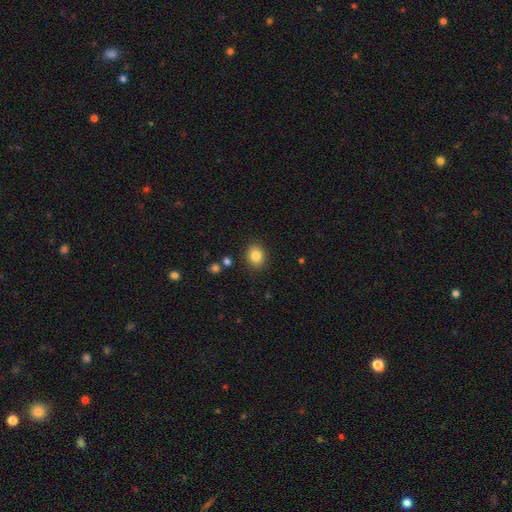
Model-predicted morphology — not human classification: Smooth or featured: smooth — 84% (star or artifact — 10%)
How rounded: round — 62% (in between — 37%)
Merging: none — 88% (minor disturbance — 8%)